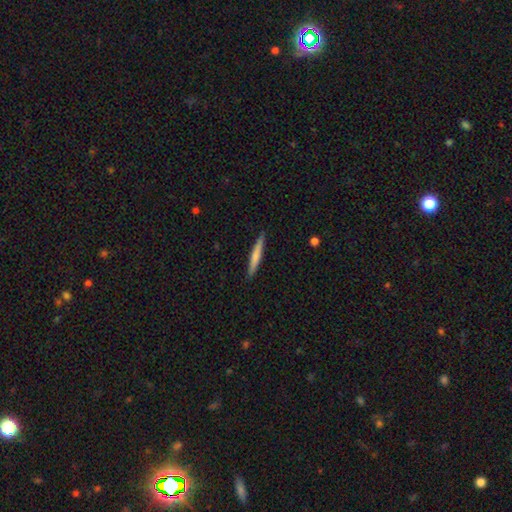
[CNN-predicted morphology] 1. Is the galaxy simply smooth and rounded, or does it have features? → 68% smooth, 27% featured or disk, 5% star or artifact.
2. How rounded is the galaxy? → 95% cigar-shaped, 4% in between, 1% round.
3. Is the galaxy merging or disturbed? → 89% none, 8% minor disturbance, 2% major disturbance, 1% merger.